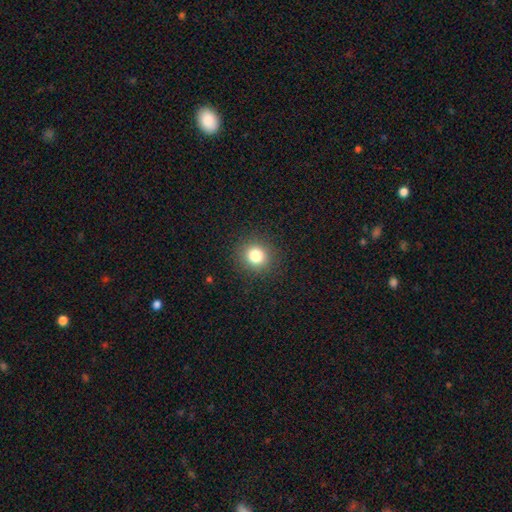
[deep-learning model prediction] Smooth or featured?
  - smooth: 81% *
  - star or artifact: 13%
  - featured or disk: 7%
How rounded?
  - round: 87% *
  - in between: 12%
  - cigar-shaped: 1%
Merging?
  - none: 90% *
  - minor disturbance: 6%
  - major disturbance: 2%
  - merger: 1%